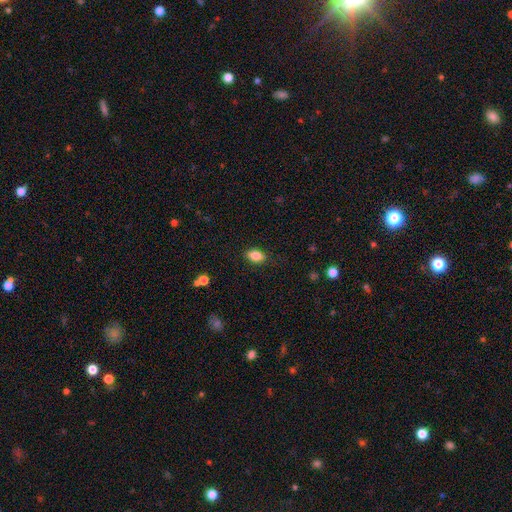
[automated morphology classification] smooth 85%, star or artifact 8%, featured or disk 7%. Down the decision tree: how rounded — in between (88%); merging — none (85%).